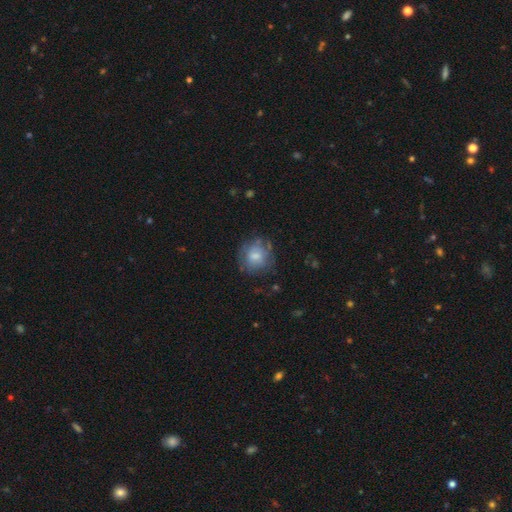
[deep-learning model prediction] This appears to be a smooth galaxy with no disk features (66%) that is round (81%). Merging: none (65%).